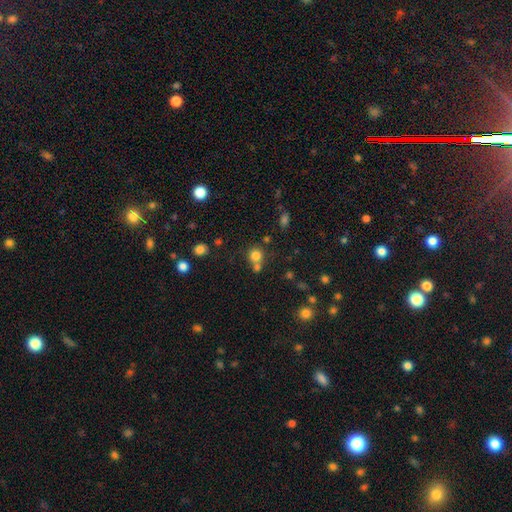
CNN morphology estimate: Smooth or featured: smooth — 78% (star or artifact — 15%)
How rounded: round — 89% (in between — 10%)
Merging: none — 58% (merger — 31%)